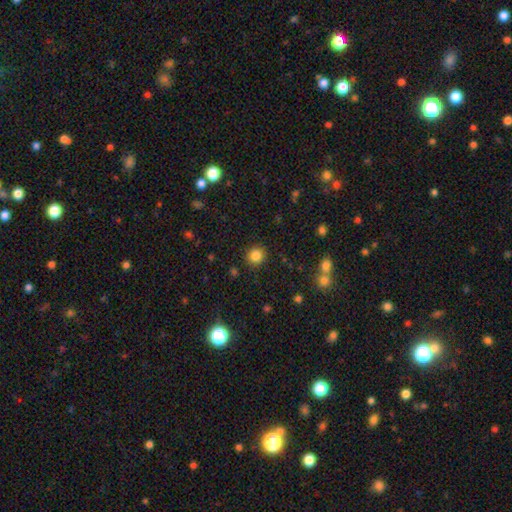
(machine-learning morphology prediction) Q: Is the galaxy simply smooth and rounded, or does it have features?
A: smooth — 83%.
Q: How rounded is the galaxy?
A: round — 89%.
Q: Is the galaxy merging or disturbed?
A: none — 90%.